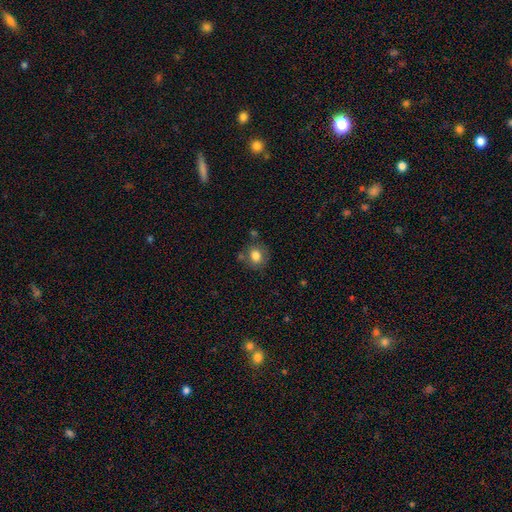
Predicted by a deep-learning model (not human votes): Q: Smooth or featured?
A: smooth (80%); runner-up: featured or disk (10%)
Q: How rounded?
A: round (73%); runner-up: in between (26%)
Q: Merging?
A: none (71%); runner-up: minor disturbance (17%)